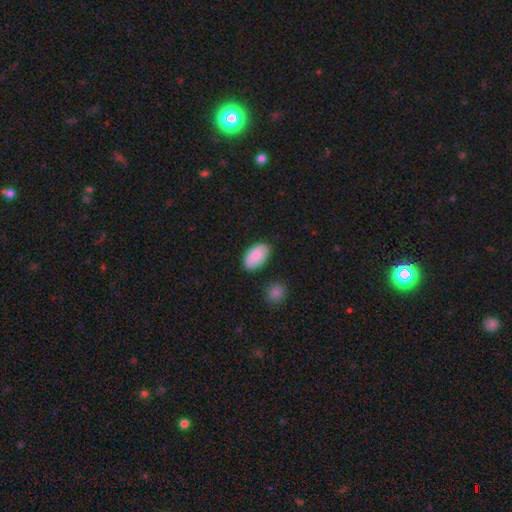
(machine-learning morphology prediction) smooth-or-featured: smooth: 88% | star or artifact: 6% | featured or disk: 6%
  how-rounded: in between: 95% | round: 4% | cigar-shaped: 2%
  merging: none: 79% | minor disturbance: 15% | merger: 3% | major disturbance: 3%